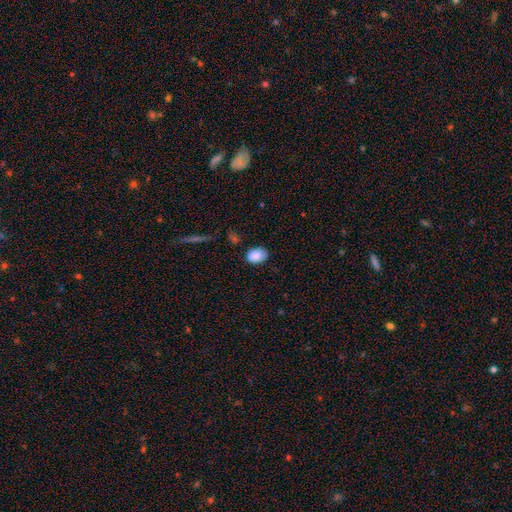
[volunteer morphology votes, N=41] Overall: smooth (85%). How rounded: in between (89%). Merging: none (89%).